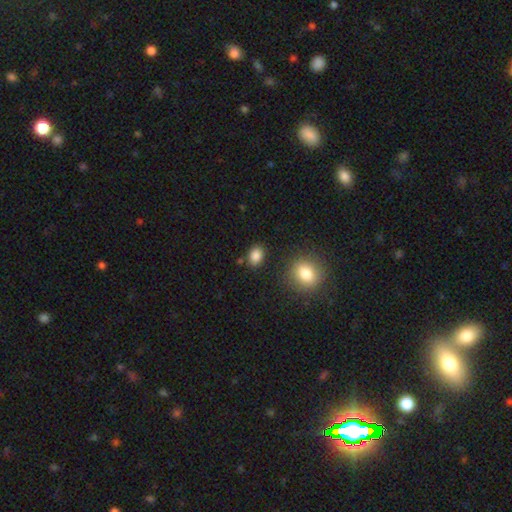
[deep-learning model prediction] Smooth or featured? smooth (86%)
How rounded? in between (69%)
Merging? none (82%)